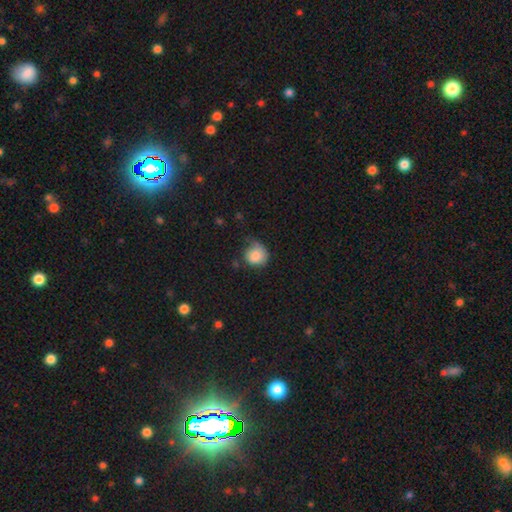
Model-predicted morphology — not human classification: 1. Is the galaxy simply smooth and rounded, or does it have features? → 84% smooth, 8% featured or disk, 8% star or artifact.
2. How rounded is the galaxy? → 85% round, 14% in between, 1% cigar-shaped.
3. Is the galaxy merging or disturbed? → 46% none, 36% minor disturbance, 14% major disturbance, 4% merger.